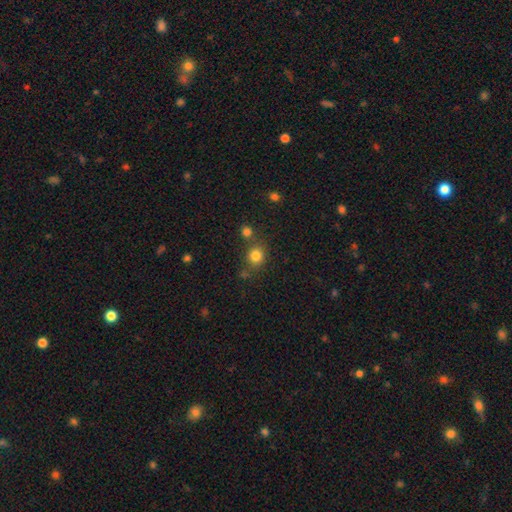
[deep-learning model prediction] Smooth or featured? smooth (81%)
How rounded? round (83%)
Merging? none (71%)